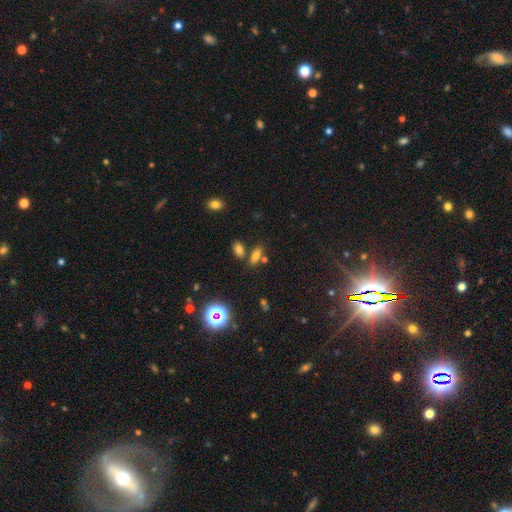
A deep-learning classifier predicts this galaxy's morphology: A smooth galaxy with no disk features (66%) that is in between round and cigar-shaped (66%). Merging: none (65%).